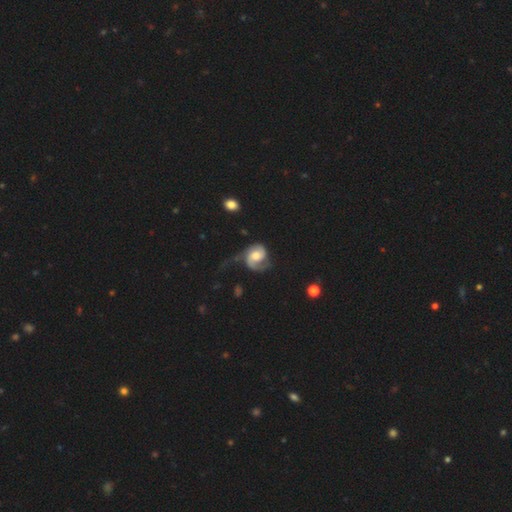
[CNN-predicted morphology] Smooth or featured: featured or disk — 80% (smooth — 14%)
Edge-on disk: no — 98% (yes — 2%)
Bar: no — 61% (weak — 32%)
Spiral arms: yes — 95% (no — 5%)
Spiral winding: medium — 43% (tight — 31%)
Spiral arm count: 2 — 74% (1 — 18%)
Bulge size: moderate — 56% (large — 23%)
Merging: none — 43% (major disturbance — 30%)